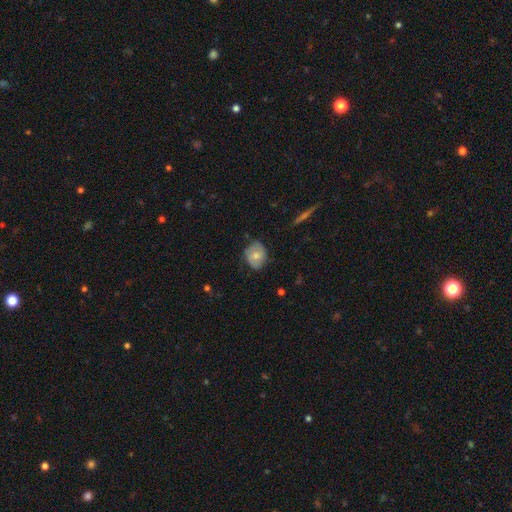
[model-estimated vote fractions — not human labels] This is possibly a smooth galaxy (56%). How rounded: possibly round (58%). Merging: likely none (70%).